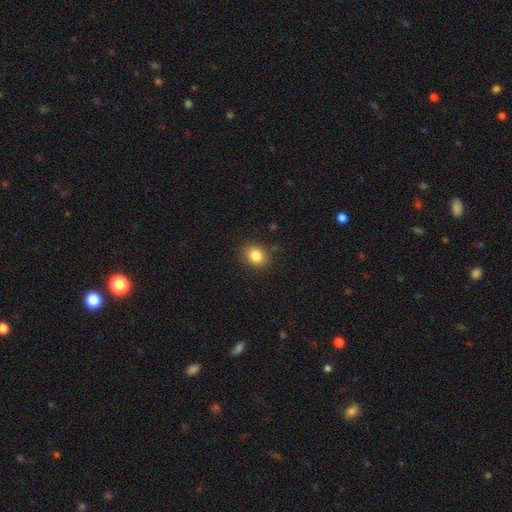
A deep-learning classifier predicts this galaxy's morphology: smooth-or-featured: smooth: 84% | star or artifact: 10% | featured or disk: 6%
  how-rounded: round: 58% | in between: 41% | cigar-shaped: 1%
  merging: none: 87% | minor disturbance: 9% | major disturbance: 2% | merger: 1%